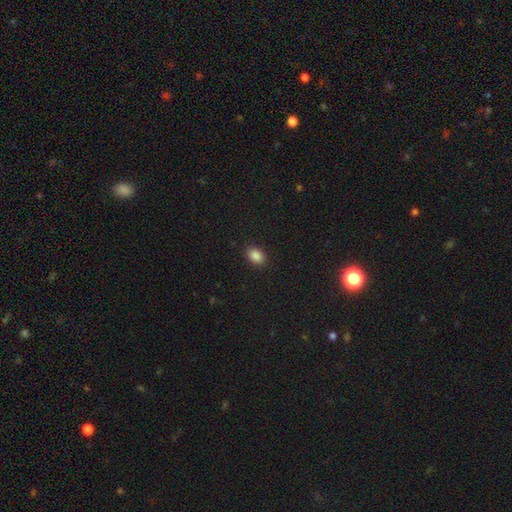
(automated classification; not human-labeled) This is clearly a smooth galaxy (87%). How rounded: clearly in between (82%). Merging: clearly none (89%).